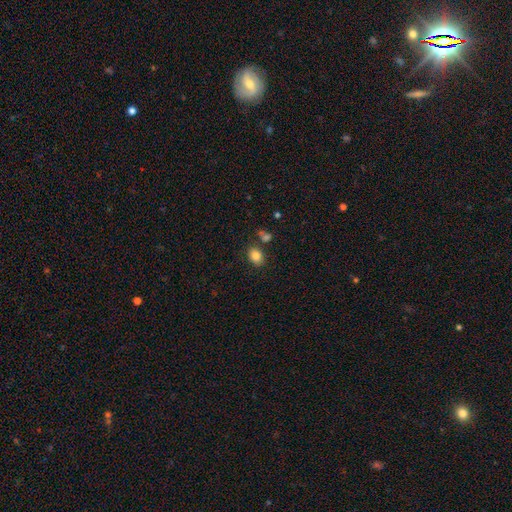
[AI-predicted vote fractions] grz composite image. It shows a smooth galaxy with no disk features (84%) that is in between round and cigar-shaped (66%). Merging: none (75%).